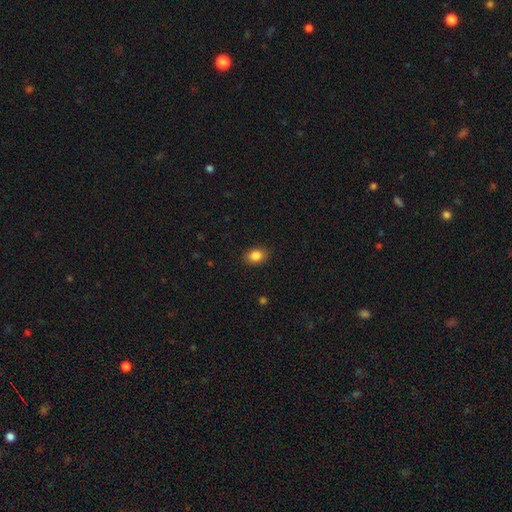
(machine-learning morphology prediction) Smooth or featured? smooth (86%)
How rounded? in between (69%)
Merging? none (87%)